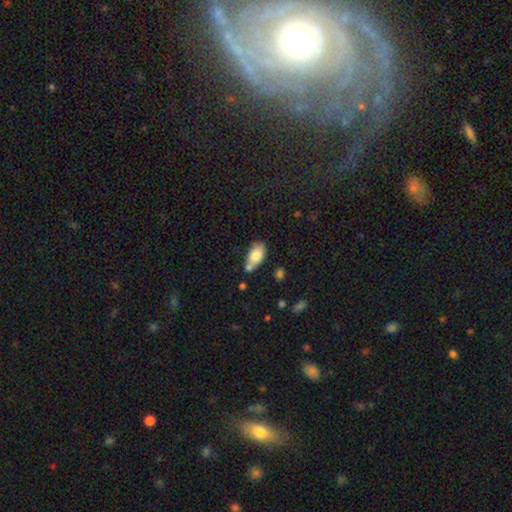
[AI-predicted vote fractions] This is likely a smooth galaxy (78%). How rounded: clearly in between (91%). Merging: possibly none (51%).